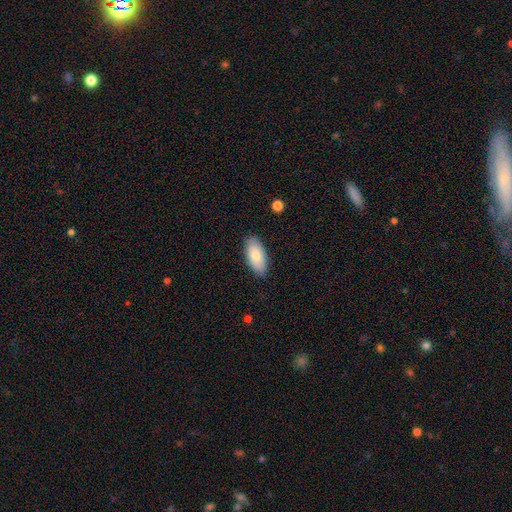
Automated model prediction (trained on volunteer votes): This is likely a smooth galaxy (79%). How rounded: clearly in between (91%). Merging: clearly none (84%).